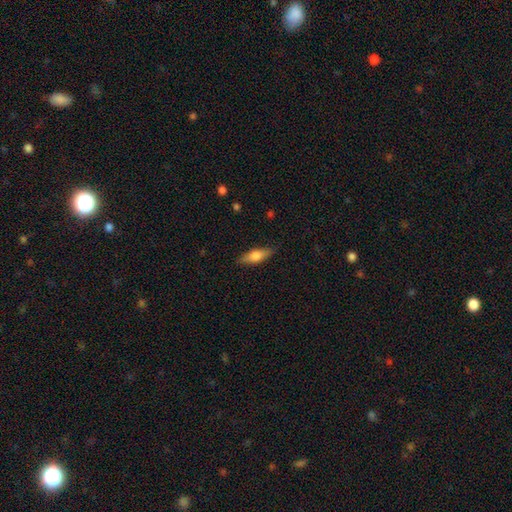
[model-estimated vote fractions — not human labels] Morphology: type=smooth (64%); roundness=in between (52%); merging=none (86%).